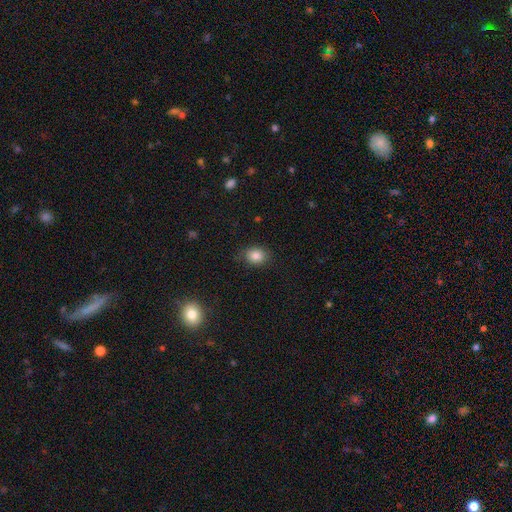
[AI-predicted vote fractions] Smooth or featured? smooth (85%)
How rounded? in between (50%)
Merging? none (81%)